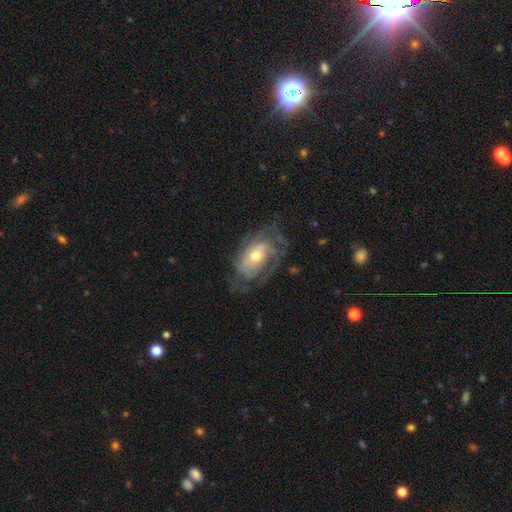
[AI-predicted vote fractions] A featured or disk galaxy (76%) with no bar (67%), tight (49%) spiral arms (85%) and a moderate central bulge (61%).

Vote fractions:
- Smooth or featured? featured or disk: 76% / smooth: 18% / star or artifact: 7%
- Edge-on disk? no: 95% / yes: 5%
- Bar? no: 67% / weak: 26% / strong: 6%
- Spiral arms? yes: 85% / no: 15%
- Spiral winding? tight: 49% / medium: 36% / loose: 15%
- Spiral arm count? can't tell: 43% / 2: 25% / 3: 15% / 1: 7% / 4: 6% / more than 4: 4%
- Bulge size? moderate: 61% / small: 30% / large: 7% / none: 1% / dominant: 1%
- Merging? none: 56% / minor disturbance: 23% / major disturbance: 20% / merger: 1%